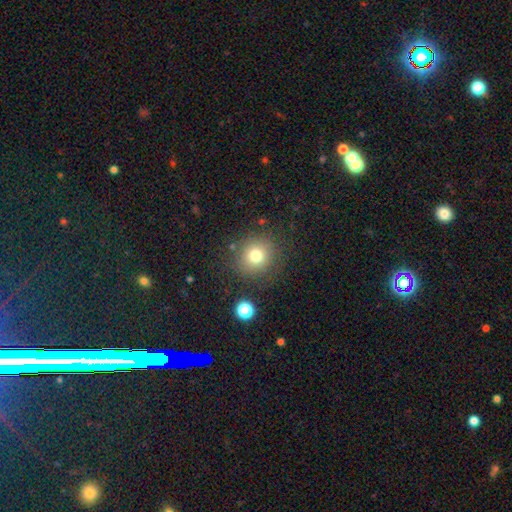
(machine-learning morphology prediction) Smooth or featured: smooth — 76% (star or artifact — 14%)
How rounded: round — 90% (in between — 9%)
Merging: none — 83% (minor disturbance — 10%)